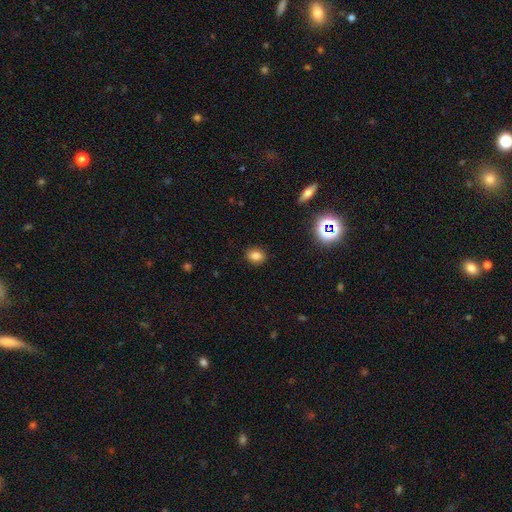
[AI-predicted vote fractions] smooth-or-featured: smooth: 81% | star or artifact: 13% | featured or disk: 6%
  how-rounded: round: 52% | in between: 47% | cigar-shaped: 1%
  merging: none: 89% | minor disturbance: 8% | major disturbance: 2% | merger: 1%